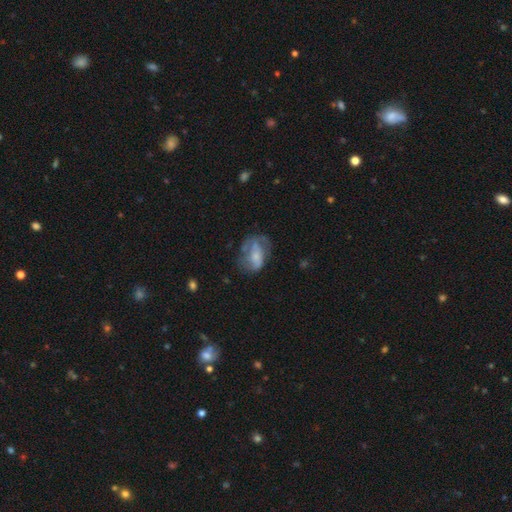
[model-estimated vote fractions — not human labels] A featured or disk galaxy (48%). Merging: none (40%).